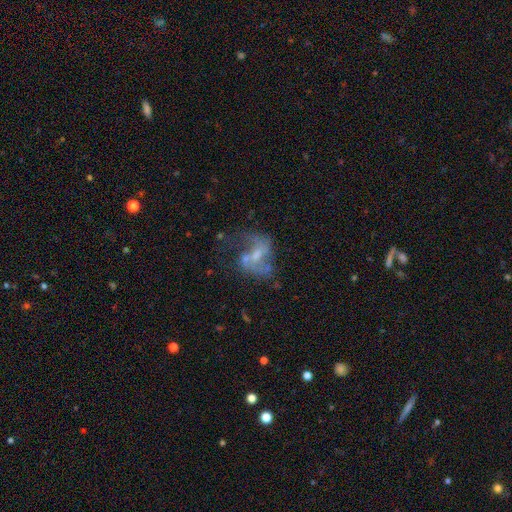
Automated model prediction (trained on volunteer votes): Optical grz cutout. It shows a featured or disk galaxy (74%) with a weak bar (46%), 2 (76%) loose (62%) spiral arms (77%) and a small central bulge (40%). Merging: none (37%).